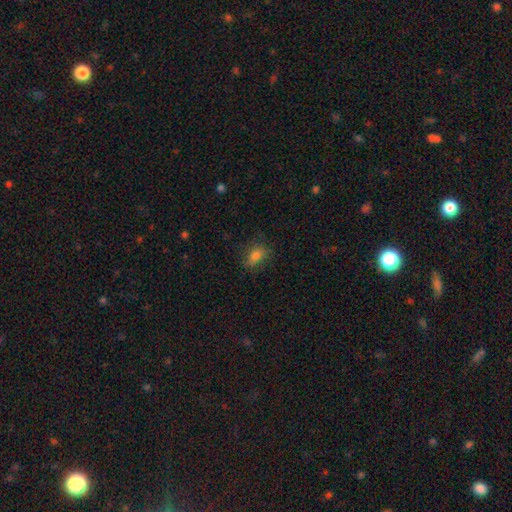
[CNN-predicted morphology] Overall: smooth (76%). How rounded: in between (77%). Merging: none (73%).